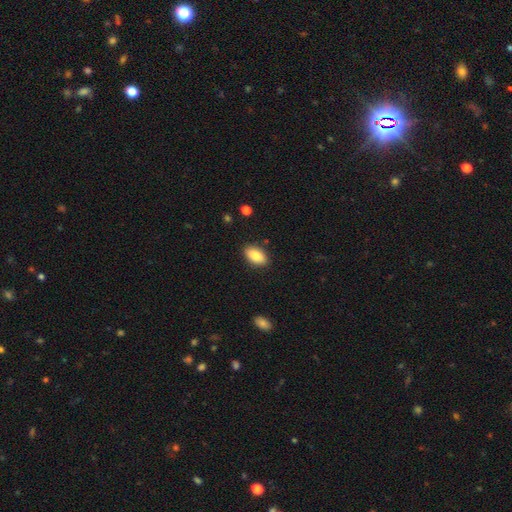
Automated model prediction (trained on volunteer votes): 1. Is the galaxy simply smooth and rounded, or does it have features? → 86% smooth, 7% featured or disk, 7% star or artifact.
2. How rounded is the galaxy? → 93% in between, 5% round, 2% cigar-shaped.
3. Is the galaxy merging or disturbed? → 87% none, 9% minor disturbance, 2% major disturbance, 1% merger.